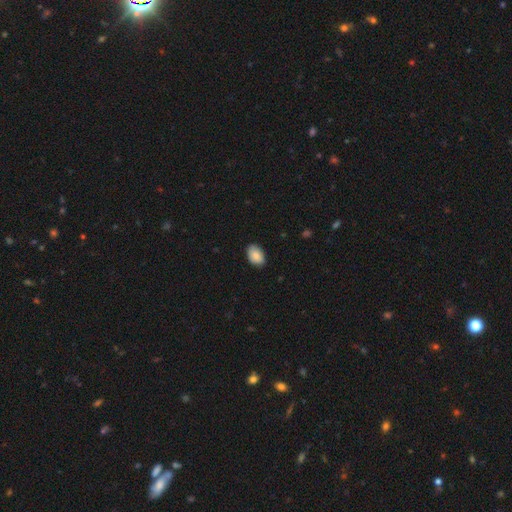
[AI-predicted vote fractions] The model was most divided on "merging": none: 84%, minor disturbance: 13%, major disturbance: 2%, merger: 1%. More confident: how rounded — in between (87%); smooth or featured — smooth (86%).